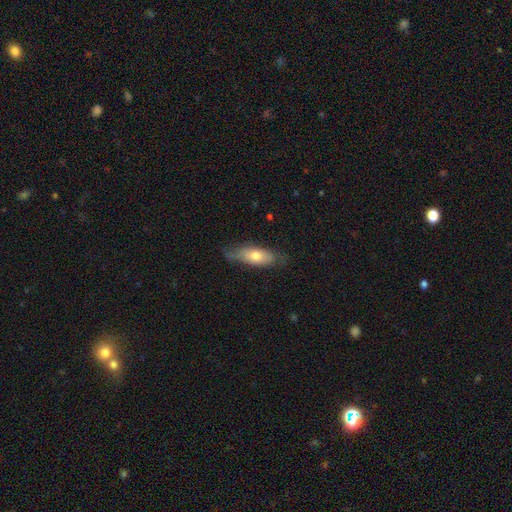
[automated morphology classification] smooth_or_featured: smooth (p=0.65) [alt: featured or disk p=0.29]
how_rounded: in between (p=0.68) [alt: cigar-shaped p=0.30]
merging: none (p=0.62) [alt: minor disturbance p=0.29]